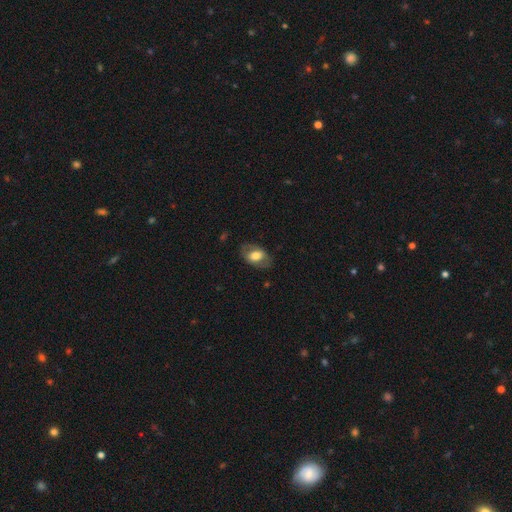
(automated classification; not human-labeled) Overall: smooth (60%; featured or disk 34%). How rounded: in between (88%). Merging: none (76%).